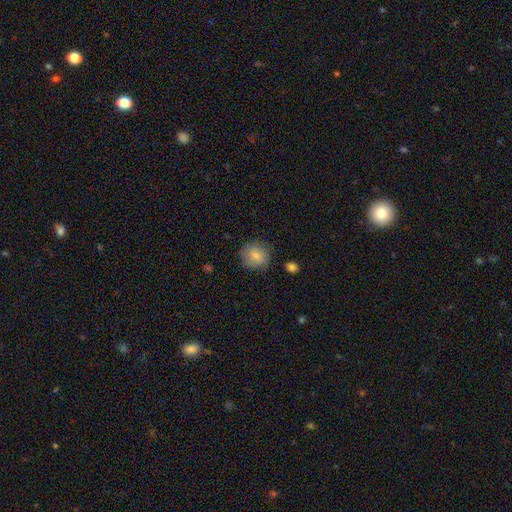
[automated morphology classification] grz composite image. It shows a smooth galaxy with no disk features (83%) that is round (83%). Merging: none (83%).